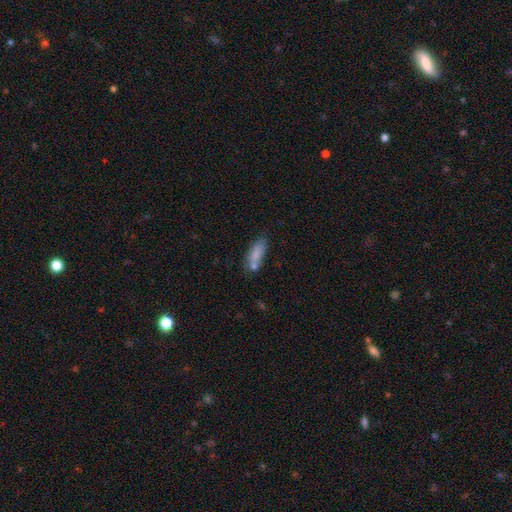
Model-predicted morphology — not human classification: smooth 78%, featured or disk 13%, star or artifact 9%. Down the decision tree: how rounded — in between (57%); merging — none (60%).